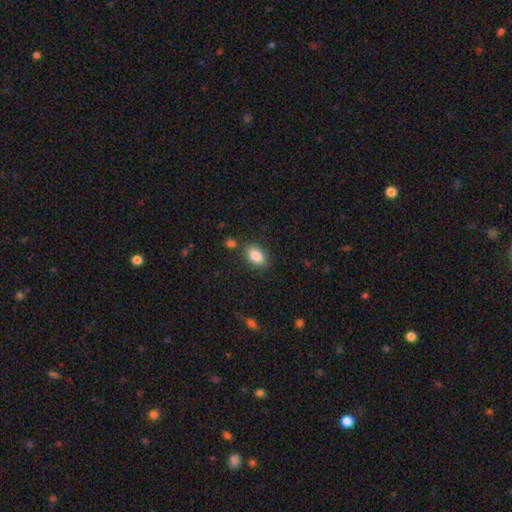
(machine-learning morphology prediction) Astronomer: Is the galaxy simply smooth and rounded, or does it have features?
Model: smooth — 86%.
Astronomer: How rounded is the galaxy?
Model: in between — 88%.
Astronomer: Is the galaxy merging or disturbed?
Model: none — 80%.